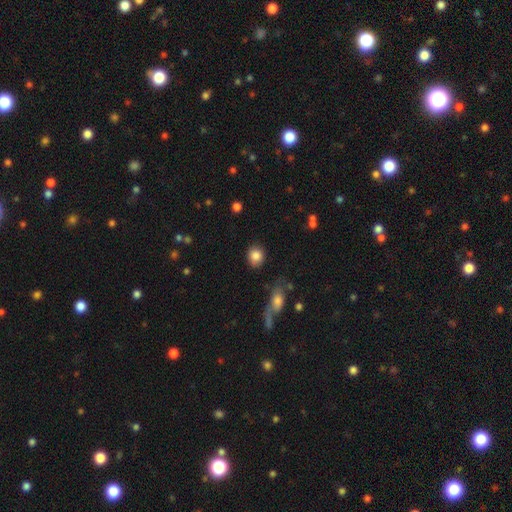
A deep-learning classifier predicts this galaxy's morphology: Q: Smooth or featured?
A: smooth (85%); runner-up: star or artifact (8%)
Q: How rounded?
A: round (71%); runner-up: in between (27%)
Q: Merging?
A: none (83%); runner-up: minor disturbance (11%)